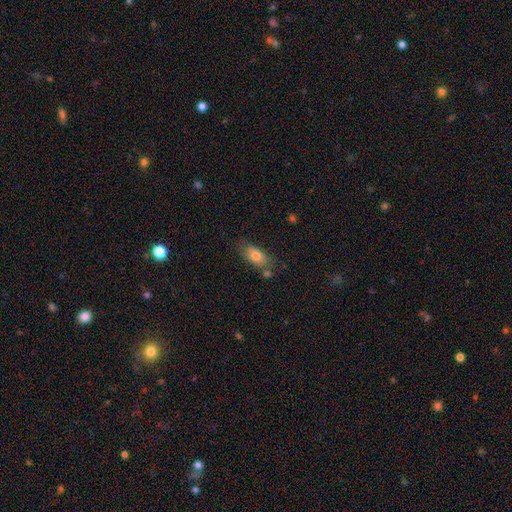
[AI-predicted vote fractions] This is likely a smooth galaxy (77%). How rounded: clearly in between (84%). Merging: likely none (65%).